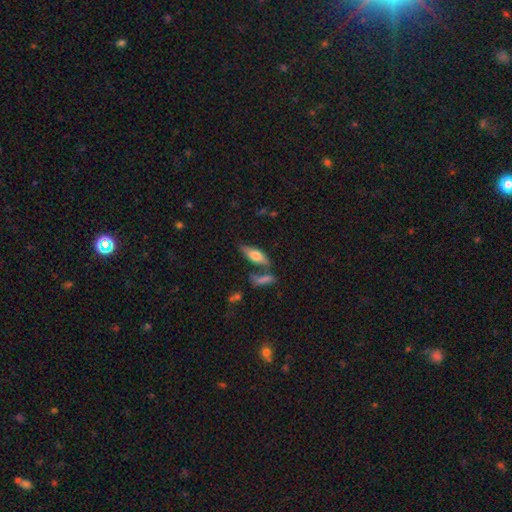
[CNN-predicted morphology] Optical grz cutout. It shows a smooth galaxy with no disk features (62%) that is in between round and cigar-shaped (64%). Merging: none (61%).